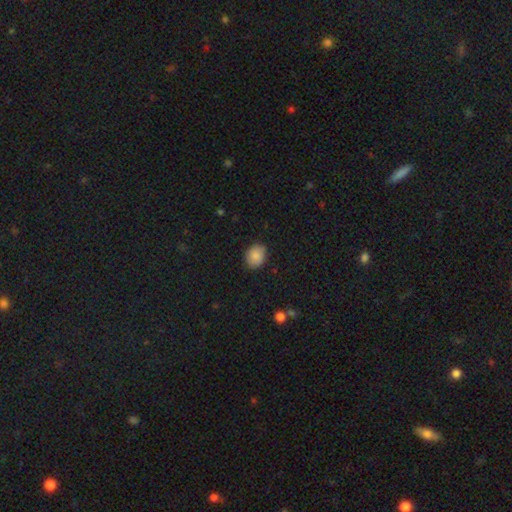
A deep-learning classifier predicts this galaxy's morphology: smooth 86%, star or artifact 8%, featured or disk 7%. Down the decision tree: how rounded — in between (52%); merging — none (85%).